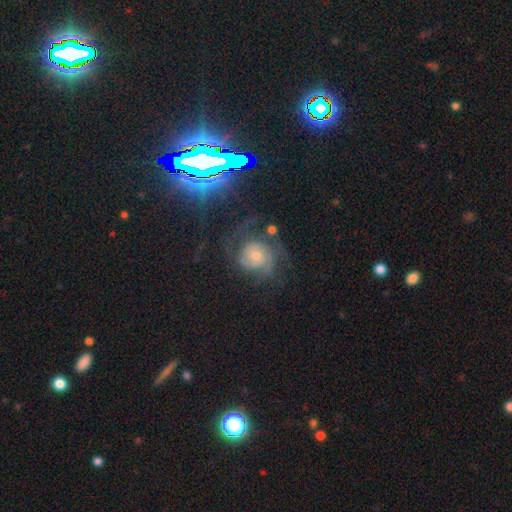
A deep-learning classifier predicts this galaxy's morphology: featured or disk 69%, star or artifact 17%, smooth 14%. Down the decision tree: edge-on disk — no (97%); bar — no (77%); spiral arms — yes (92%); spiral arm count — 2 (34%); spiral winding — tight (51%); bulge size — small (52%); merging — none (60%).